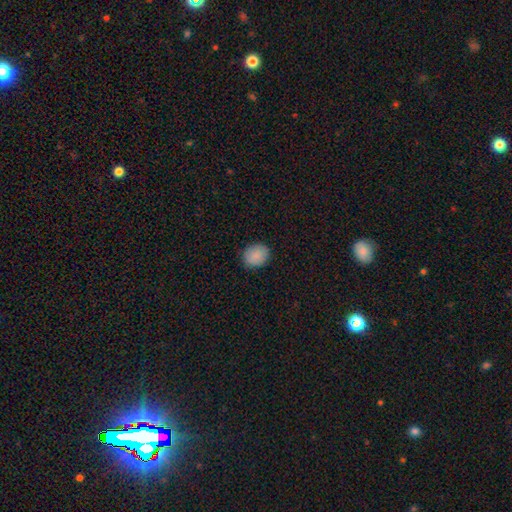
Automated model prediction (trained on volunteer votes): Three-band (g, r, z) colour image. It shows a smooth galaxy with no disk features (89%) that is round (66%). Merging: none (88%).